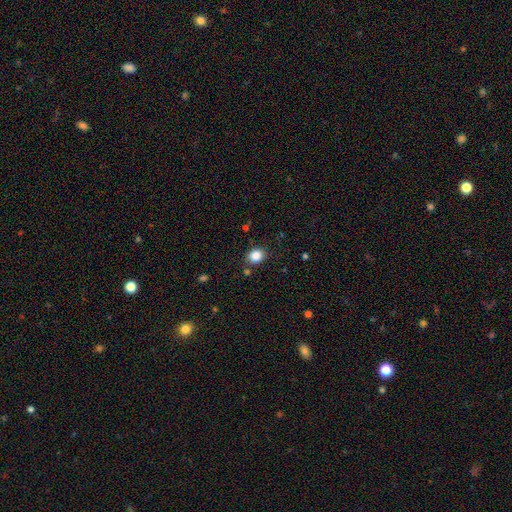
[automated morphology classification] smooth 86%, star or artifact 10%, featured or disk 4%. Down the decision tree: how rounded — round (60%); merging — none (82%).